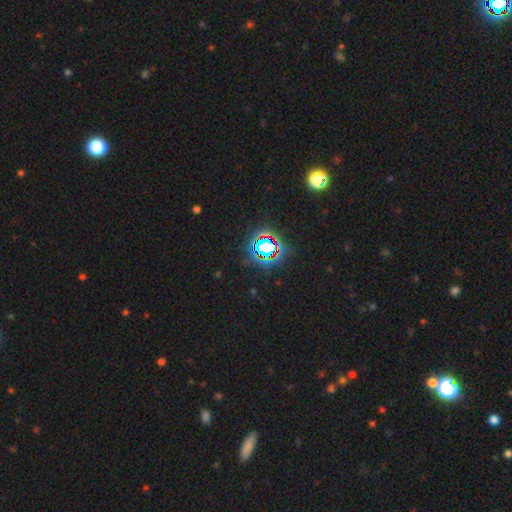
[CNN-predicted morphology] star or artifact 81%, smooth 12%, featured or disk 7%.